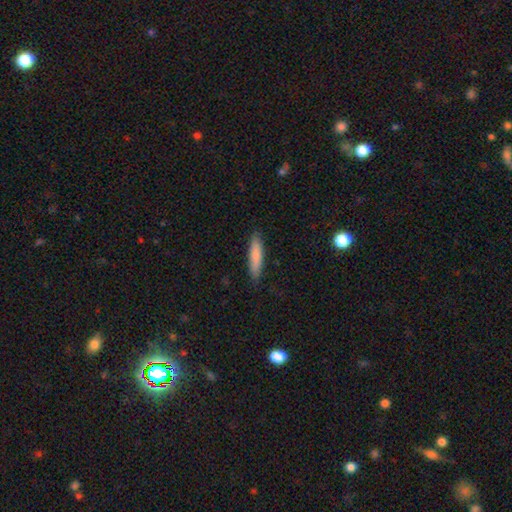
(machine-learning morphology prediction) This appears to be a smooth galaxy with no disk features (80%) that is cigar-shaped (81%). Merging: none (85%).